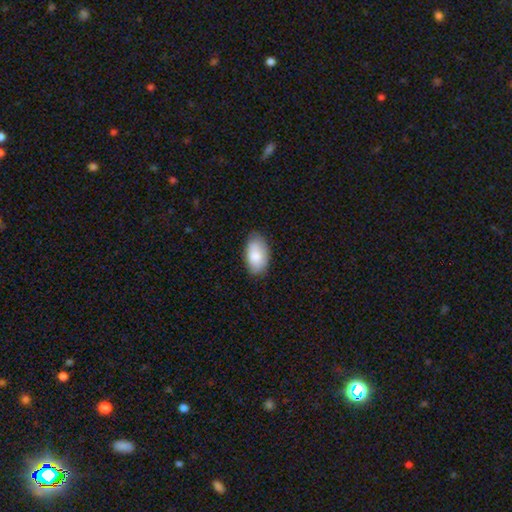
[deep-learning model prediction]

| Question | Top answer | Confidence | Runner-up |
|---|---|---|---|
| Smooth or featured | smooth | 83% | featured or disk (11%) |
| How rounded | in between | 94% | round (4%) |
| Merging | none | 78% | minor disturbance (18%) |